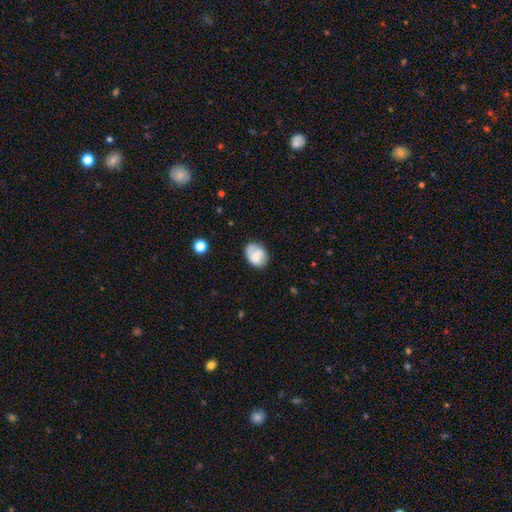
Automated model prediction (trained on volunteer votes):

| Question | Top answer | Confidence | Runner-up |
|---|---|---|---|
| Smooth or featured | smooth | 69% | featured or disk (23%) |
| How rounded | in between | 69% | round (30%) |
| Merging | none | 66% | minor disturbance (24%) |